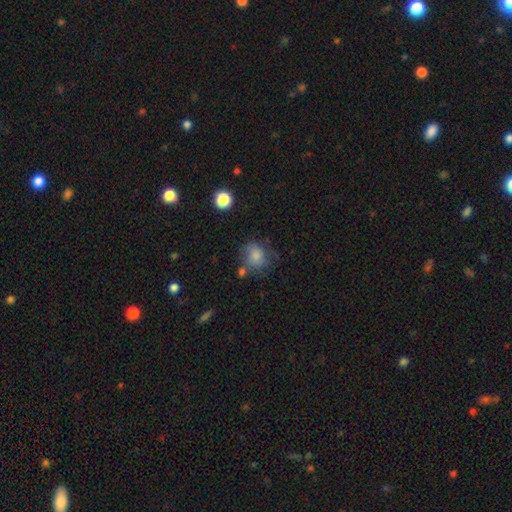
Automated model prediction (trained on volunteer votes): Smooth or featured?
  - smooth: 76% *
  - featured or disk: 14%
  - star or artifact: 10%
How rounded?
  - round: 67% *
  - in between: 32%
  - cigar-shaped: 1%
Merging?
  - none: 51% *
  - minor disturbance: 24%
  - major disturbance: 14%
  - merger: 10%